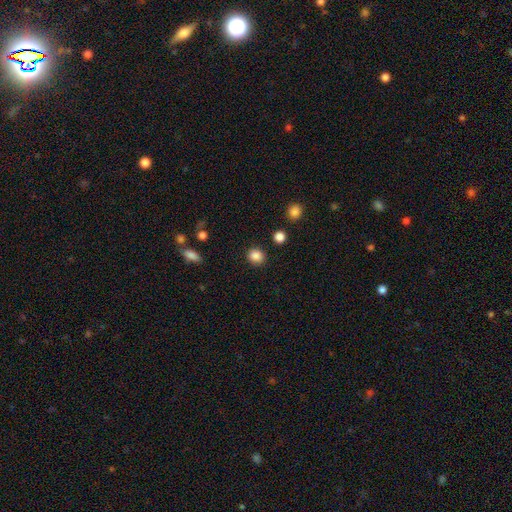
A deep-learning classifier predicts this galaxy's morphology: Smooth or featured? smooth (87%)
How rounded? round (83%)
Merging? none (89%)